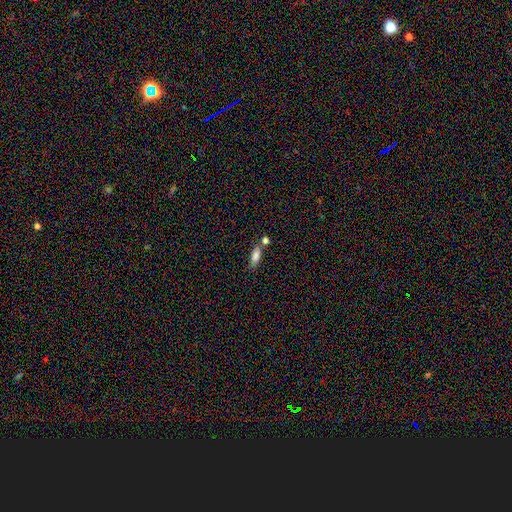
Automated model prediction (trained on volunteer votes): A smooth galaxy with no disk features (80%) that is in between round and cigar-shaped (72%).

Vote fractions:
- Smooth or featured? smooth: 80% / featured or disk: 11% / star or artifact: 9%
- How rounded? in between: 72% / cigar-shaped: 25% / round: 4%
- Merging? none: 56% / merger: 23% / minor disturbance: 16% / major disturbance: 5%